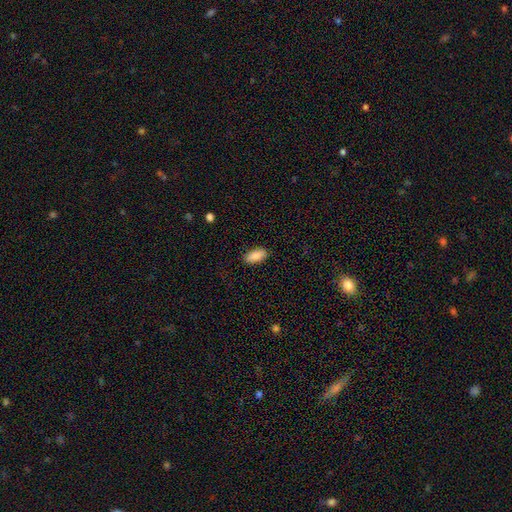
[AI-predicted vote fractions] smooth-or-featured: smooth: 89% | star or artifact: 6% | featured or disk: 5%
  how-rounded: in between: 89% | cigar-shaped: 9% | round: 2%
  merging: none: 87% | minor disturbance: 9% | major disturbance: 2% | merger: 1%